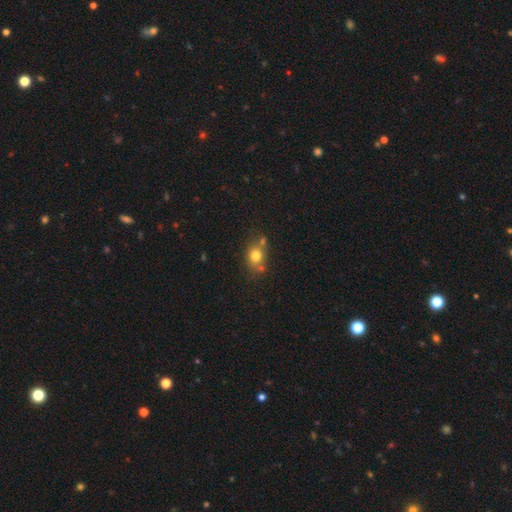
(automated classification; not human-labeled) The model was most divided on "how rounded": round: 62%, in between: 37%, cigar-shaped: 1%. More confident: smooth or featured — smooth (76%); merging — none (57%).